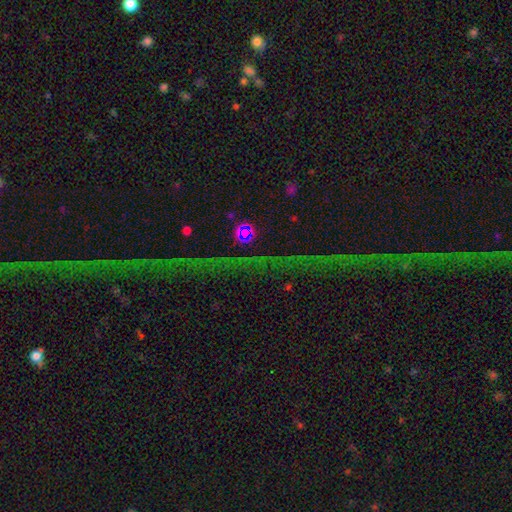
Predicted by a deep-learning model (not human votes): Smooth or featured? Predicted: star or artifact (p=0.72).